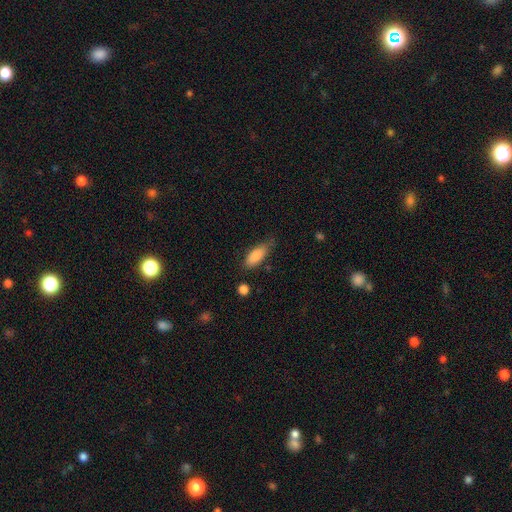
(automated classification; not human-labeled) smooth_or_featured: smooth (p=0.86) [alt: featured or disk p=0.08]
how_rounded: in between (p=0.73) [alt: cigar-shaped p=0.25]
merging: none (p=0.62) [alt: minor disturbance p=0.28]